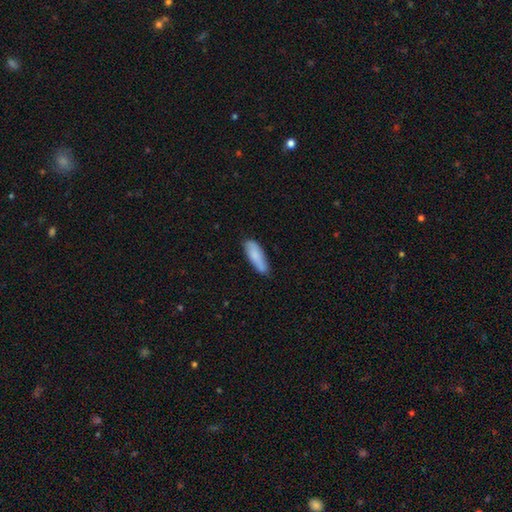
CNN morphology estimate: This appears to be a smooth galaxy with no disk features (83%) that is cigar-shaped (51%). Merging: none (73%).